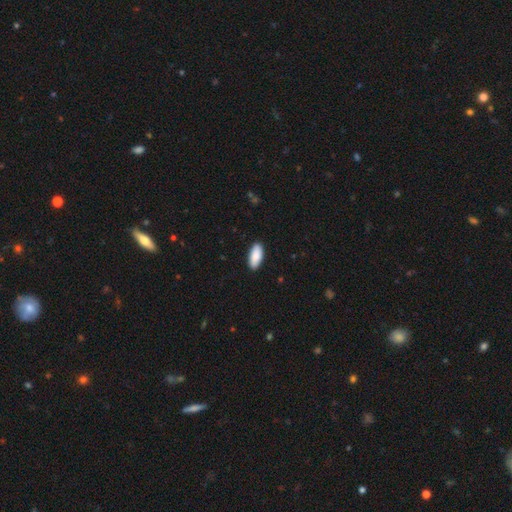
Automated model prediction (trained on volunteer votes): smooth 89%, featured or disk 6%, star or artifact 5%. Down the decision tree: how rounded — in between (88%); merging — none (90%).